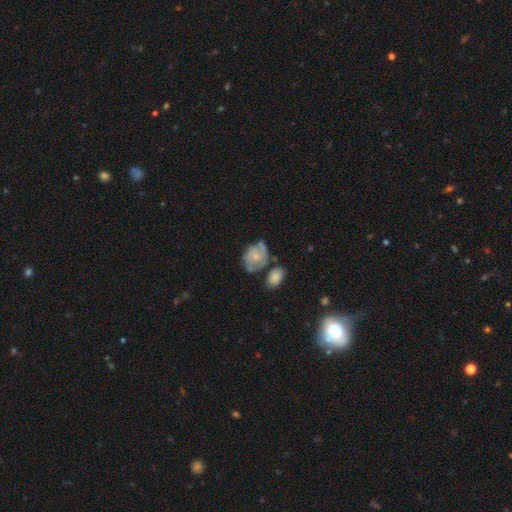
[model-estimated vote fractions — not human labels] A smooth galaxy with no disk features (49%). Merging: none (40%).